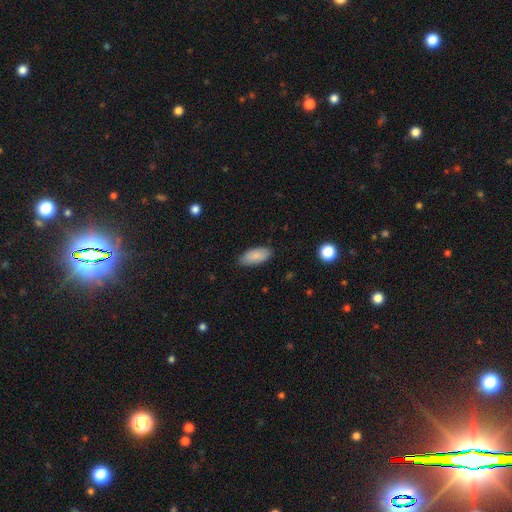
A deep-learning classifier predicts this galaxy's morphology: Smooth or featured? Predicted: smooth (p=0.85). How rounded? Predicted: in between (p=0.90). Merging? Predicted: none (p=0.83).